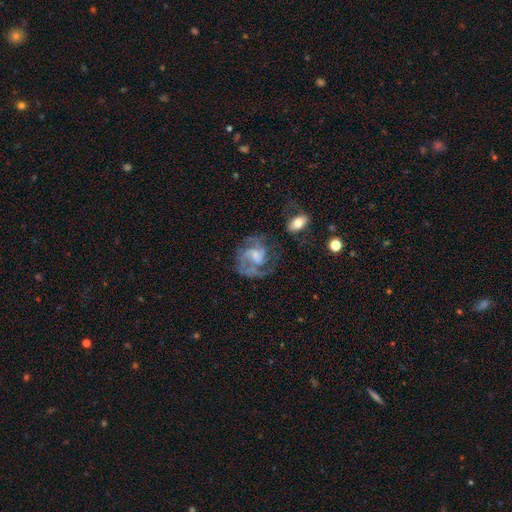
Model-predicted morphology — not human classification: featured or disk 80%, smooth 13%, star or artifact 7%. Down the decision tree: edge-on disk — no (98%); bar — no (54%); spiral arms — yes (89%); spiral arm count — 2 (40%); spiral winding — medium (47%); bulge size — small (38%); merging — none (51%).